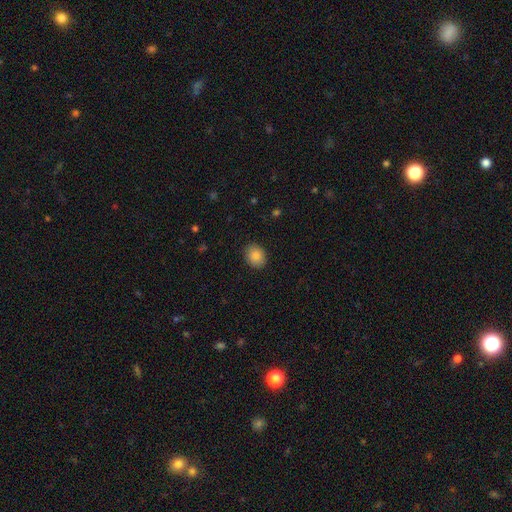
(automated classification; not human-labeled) A smooth galaxy with no disk features (87%) that is in between round and cigar-shaped (53%). Merging: none (88%).